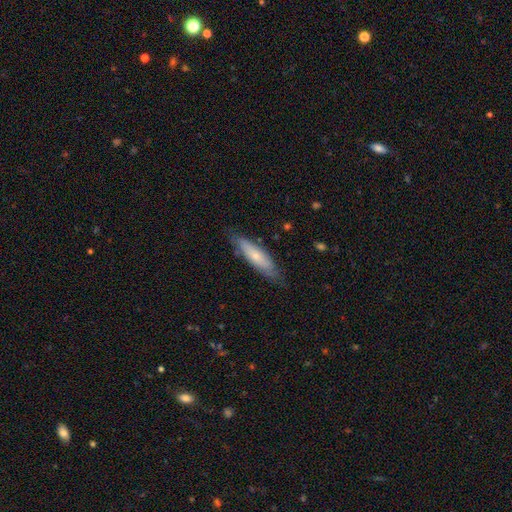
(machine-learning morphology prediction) Smooth or featured?
  - smooth: 59% *
  - featured or disk: 35%
  - star or artifact: 6%
How rounded?
  - cigar-shaped: 67% *
  - in between: 31%
  - round: 2%
Merging?
  - none: 76% *
  - minor disturbance: 19%
  - major disturbance: 4%
  - merger: 1%